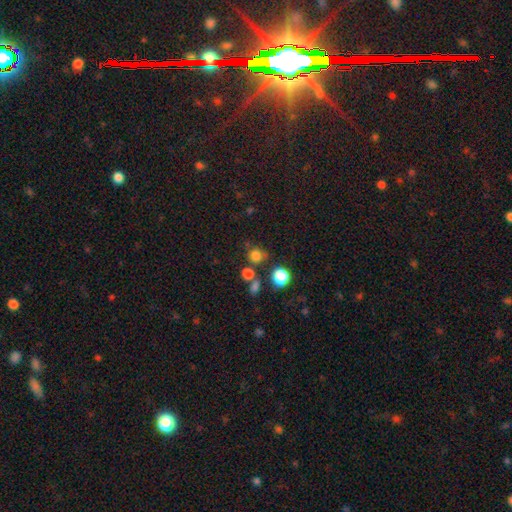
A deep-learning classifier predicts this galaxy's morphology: smooth_or_featured: smooth (p=0.78) [alt: star or artifact p=0.17]
how_rounded: round (p=0.85) [alt: in between p=0.13]
merging: none (p=0.70) [alt: merger p=0.14]